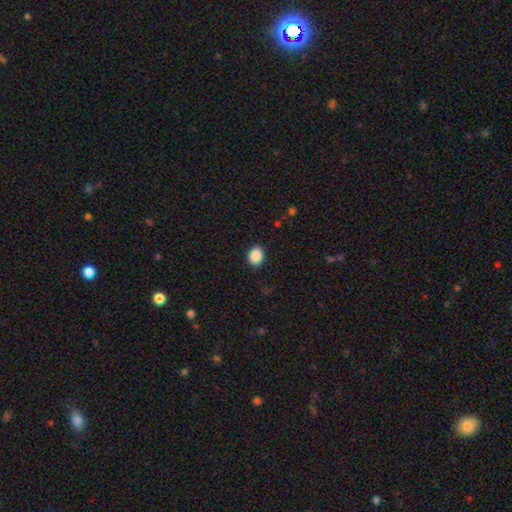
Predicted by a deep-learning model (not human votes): Q: Smooth or featured?
A: smooth (89%); runner-up: star or artifact (8%)
Q: How rounded?
A: round (55%); runner-up: in between (44%)
Q: Merging?
A: none (90%); runner-up: minor disturbance (7%)